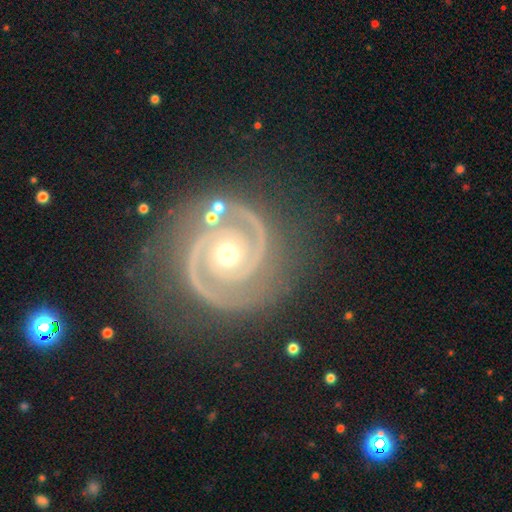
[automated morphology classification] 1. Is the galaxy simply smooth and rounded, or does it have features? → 92% featured or disk, 5% star or artifact, 3% smooth.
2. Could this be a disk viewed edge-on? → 98% no, 2% yes.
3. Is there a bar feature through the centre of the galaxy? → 71% no, 18% weak, 11% strong.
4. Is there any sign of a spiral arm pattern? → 99% yes, 1% no.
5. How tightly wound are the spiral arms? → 70% tight, 27% medium, 3% loose.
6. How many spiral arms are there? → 91% 2, 3% 3, 2% can't tell, 1% 1, 1% 4, 1% more than 4.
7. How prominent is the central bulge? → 57% moderate, 39% small, 3% large, 1% dominant, 1% none.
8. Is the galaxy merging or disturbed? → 81% none, 12% minor disturbance, 5% major disturbance, 2% merger.